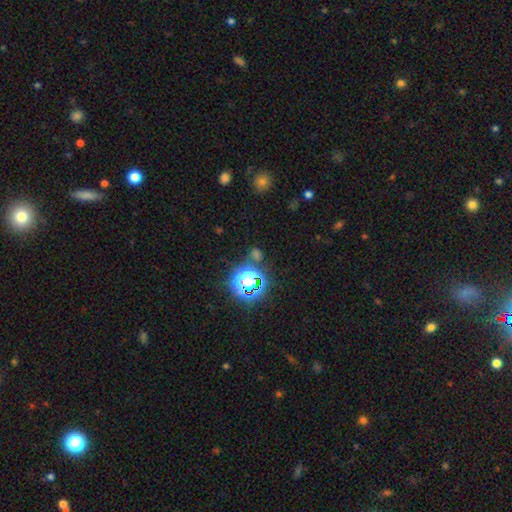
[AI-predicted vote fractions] Morphology: type=star or artifact (64%).